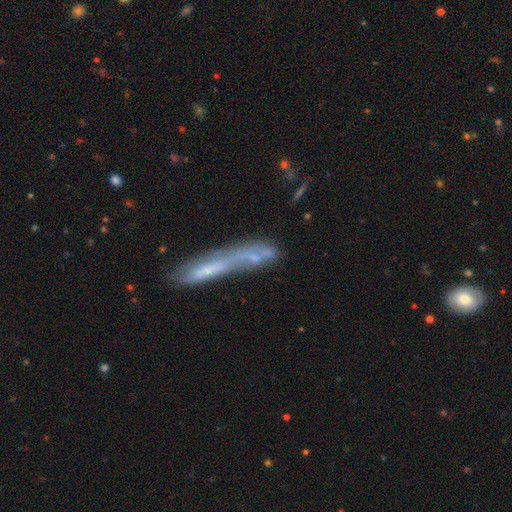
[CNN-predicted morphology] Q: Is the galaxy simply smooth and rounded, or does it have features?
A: smooth — 46%.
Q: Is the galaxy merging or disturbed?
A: merger — 31%.